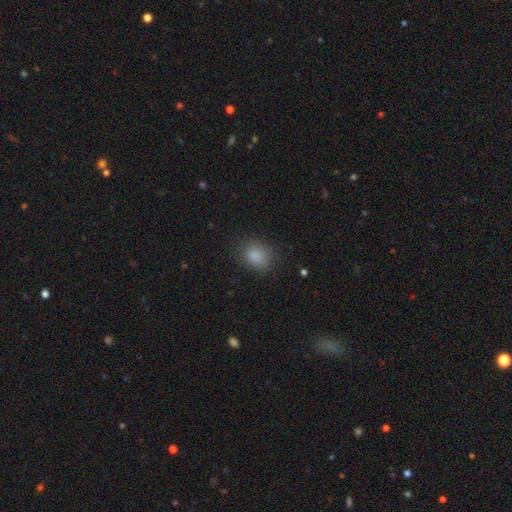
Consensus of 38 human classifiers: This appears to be a smooth galaxy with no disk features (87%) that is in between round and cigar-shaped (58%). Merging: none (73%).